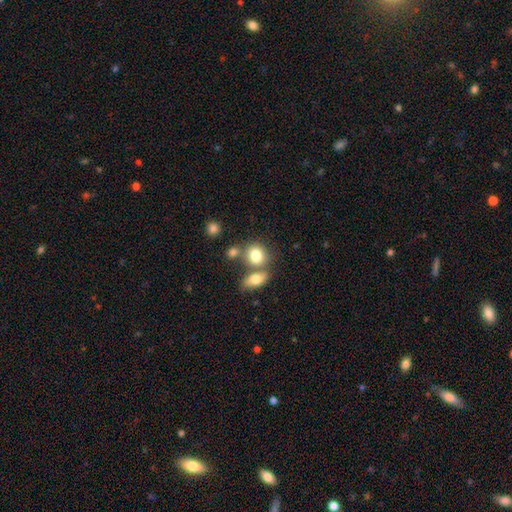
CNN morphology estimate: smooth 80%, featured or disk 11%, star or artifact 9%. Down the decision tree: how rounded — round (54%); merging — none (48%).